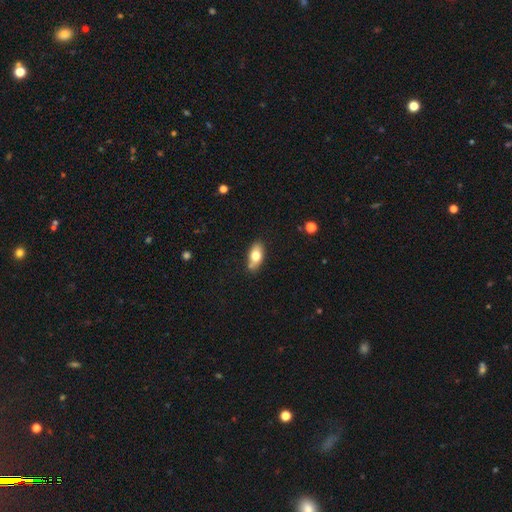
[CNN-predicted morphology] Overall: smooth (72%). How rounded: in between (88%). Merging: none (77%).